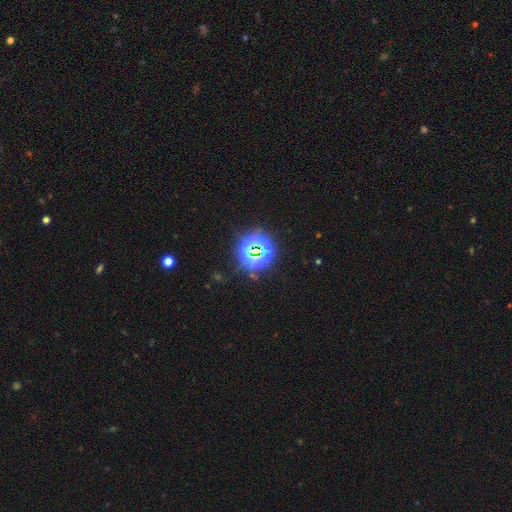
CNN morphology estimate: This is likely a star or artifact rather than a galaxy (78%).